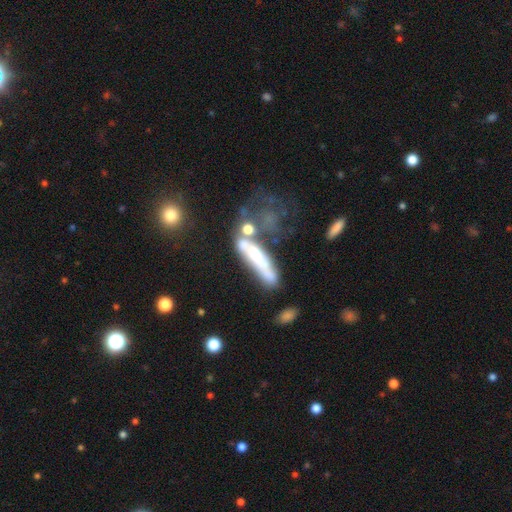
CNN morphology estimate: Smooth or featured?
  - featured or disk: 49% *
  - smooth: 41%
  - star or artifact: 11%
Merging?
  - merger: 32% *
  - none: 26%
  - major disturbance: 25%
  - minor disturbance: 17%